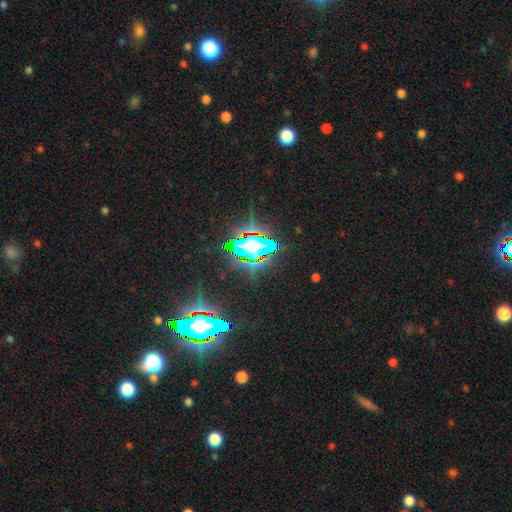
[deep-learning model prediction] Smooth or featured?
  - star or artifact: 69% *
  - smooth: 16%
  - featured or disk: 15%